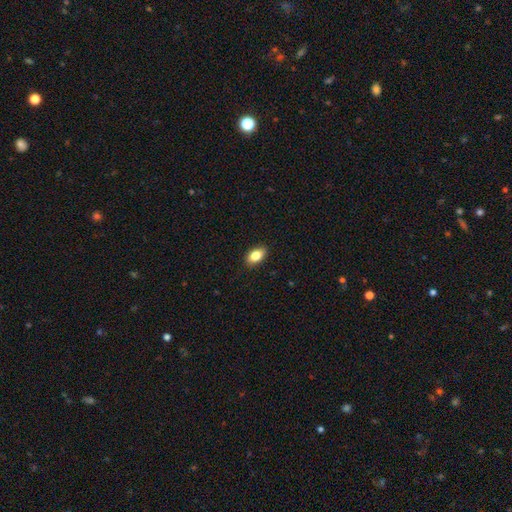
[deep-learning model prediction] Smooth or featured? Predicted: smooth (p=0.84). How rounded? Predicted: in between (p=0.90). Merging? Predicted: none (p=0.88).